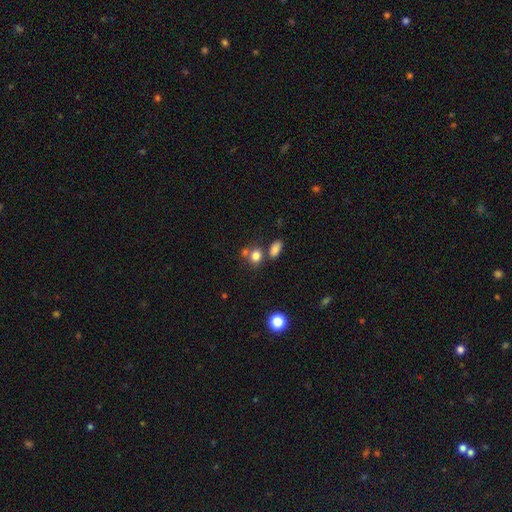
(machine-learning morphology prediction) This is likely a smooth galaxy (78%). How rounded: likely round (63%). Merging: possibly none (53%).